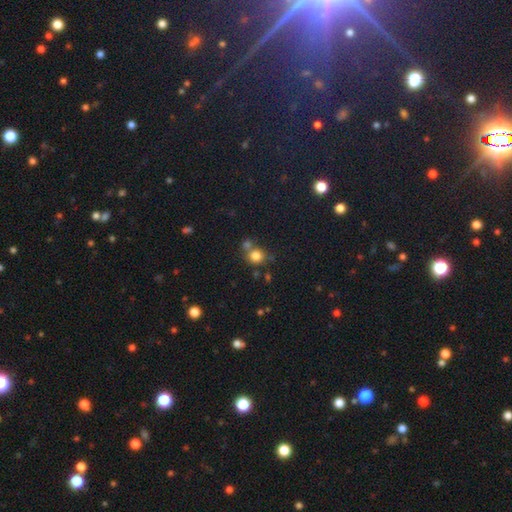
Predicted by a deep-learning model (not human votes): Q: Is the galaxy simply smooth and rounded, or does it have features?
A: smooth — 79%.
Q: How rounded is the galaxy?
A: round — 83%.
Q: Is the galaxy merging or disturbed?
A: none — 53%.